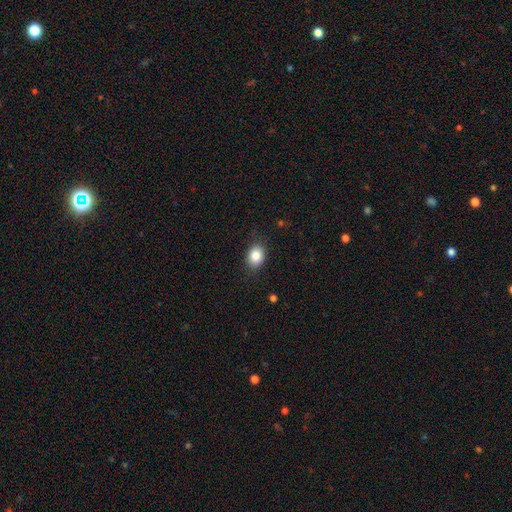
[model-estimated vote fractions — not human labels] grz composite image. It shows a smooth galaxy with no disk features (85%) that is in between round and cigar-shaped (62%). Merging: none (83%).